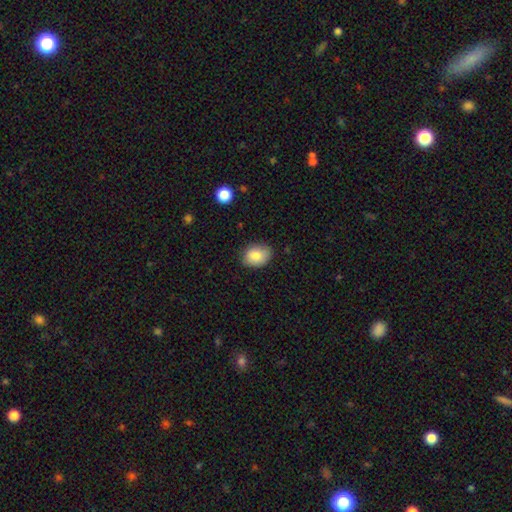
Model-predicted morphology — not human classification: The model was most divided on "how rounded": in between: 67%, round: 32%, cigar-shaped: 1%. More confident: smooth or featured — smooth (83%); merging — none (77%).